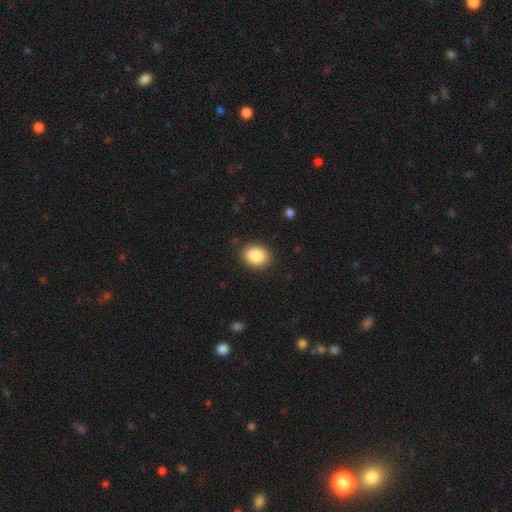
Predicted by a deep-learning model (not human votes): smooth_or_featured: smooth (p=0.88) [alt: star or artifact p=0.08]
how_rounded: in between (p=0.51) [alt: round p=0.48]
merging: none (p=0.89) [alt: minor disturbance p=0.08]